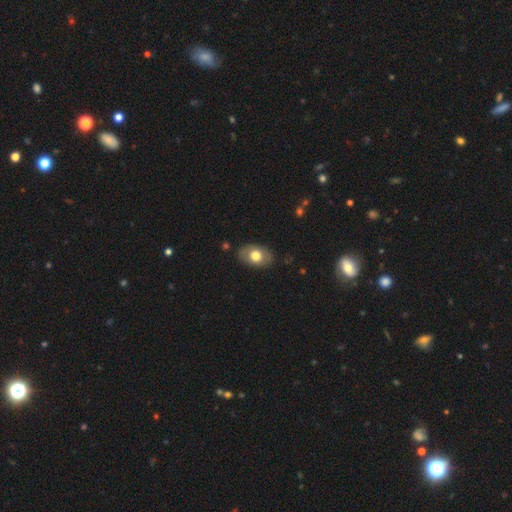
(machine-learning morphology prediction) Smooth or featured: smooth — 70% (featured or disk — 24%)
How rounded: in between — 85% (round — 14%)
Merging: none — 84% (minor disturbance — 12%)